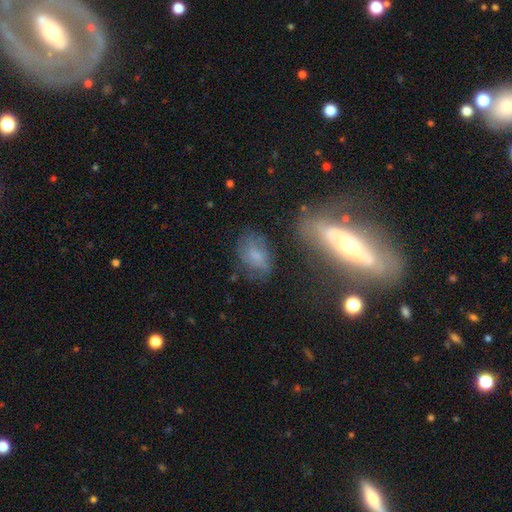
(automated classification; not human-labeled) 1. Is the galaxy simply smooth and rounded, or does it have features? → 58% smooth, 29% featured or disk, 13% star or artifact.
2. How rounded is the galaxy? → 85% in between, 12% round, 3% cigar-shaped.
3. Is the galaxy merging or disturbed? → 55% none, 24% minor disturbance, 14% major disturbance, 7% merger.